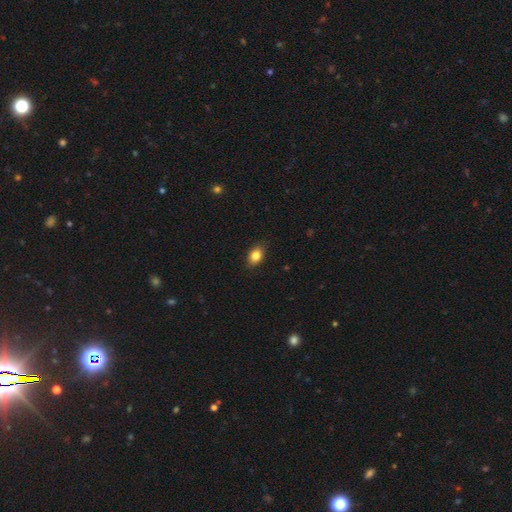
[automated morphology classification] smooth 84%, star or artifact 9%, featured or disk 7%. Down the decision tree: how rounded — in between (77%); merging — none (85%).